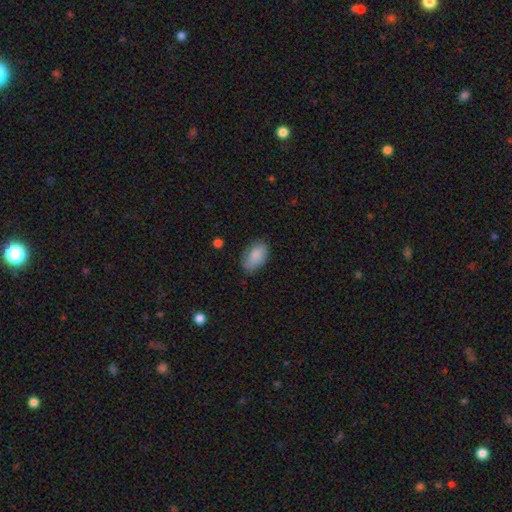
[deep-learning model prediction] Morphology: type=smooth (86%); roundness=in between (92%); merging=none (73%).